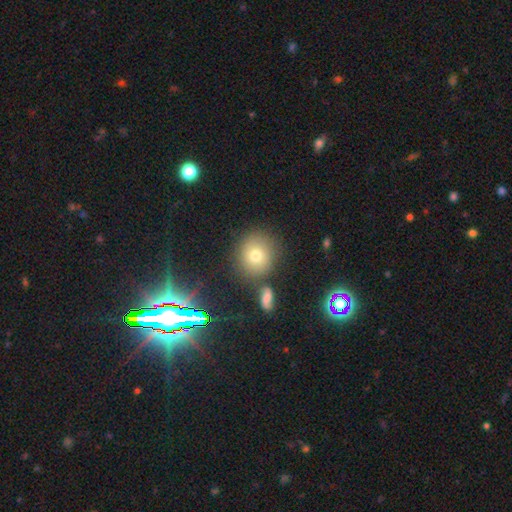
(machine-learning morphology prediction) Smooth or featured? smooth (71%)
How rounded? round (83%)
Merging? none (77%)